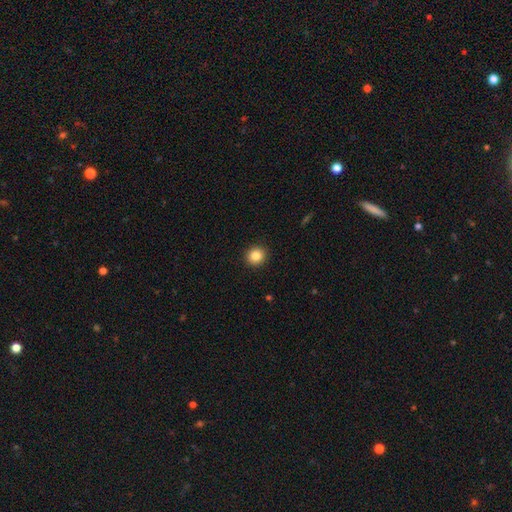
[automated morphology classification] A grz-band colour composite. It shows a smooth galaxy with no disk features (85%) that is round (89%). Merging: none (92%).